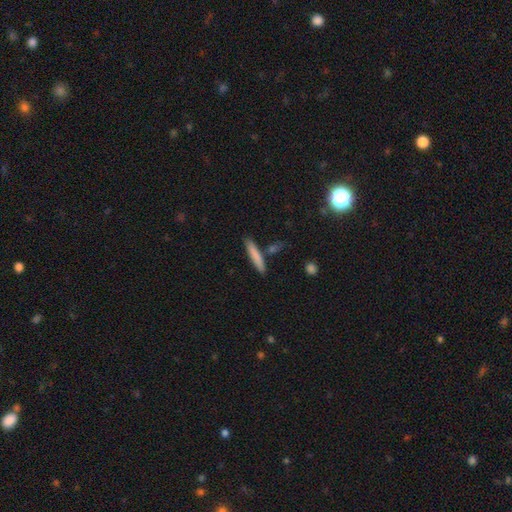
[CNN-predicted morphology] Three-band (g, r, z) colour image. It shows a smooth galaxy with no disk features (80%) that is cigar-shaped (91%). Merging: none (83%).